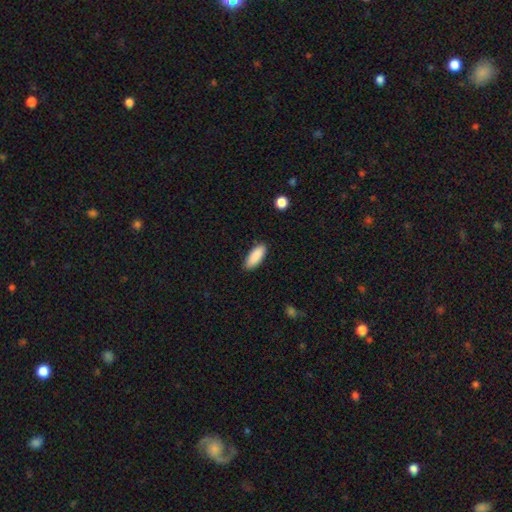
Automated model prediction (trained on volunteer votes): The model was most divided on "how rounded": in between: 78%, cigar-shaped: 20%, round: 2%. More confident: smooth or featured — smooth (90%); merging — none (87%).